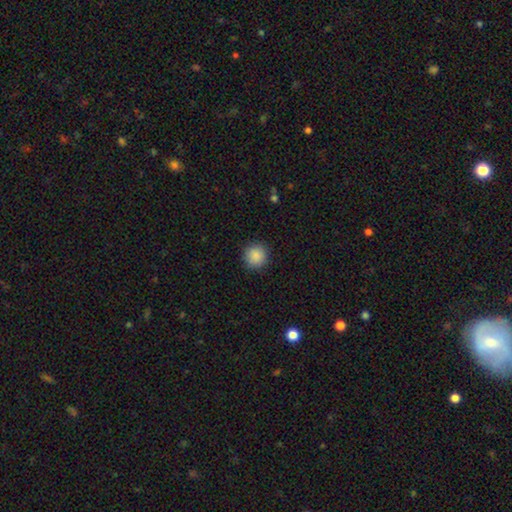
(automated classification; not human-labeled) This appears to be a smooth galaxy with no disk features (88%) that is round (93%). Merging: none (90%).